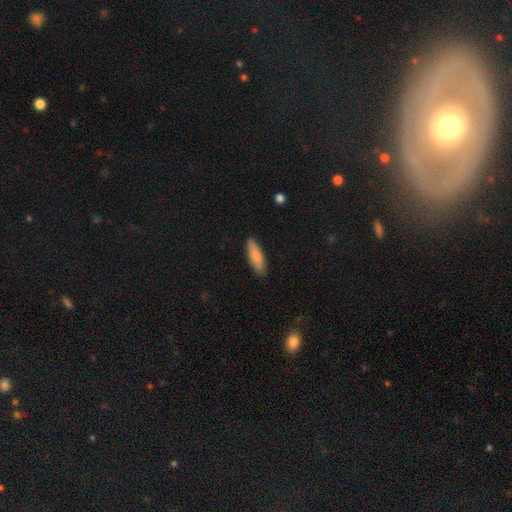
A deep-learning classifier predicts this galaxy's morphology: Smooth or featured? smooth (81%)
How rounded? in between (51%)
Merging? none (85%)